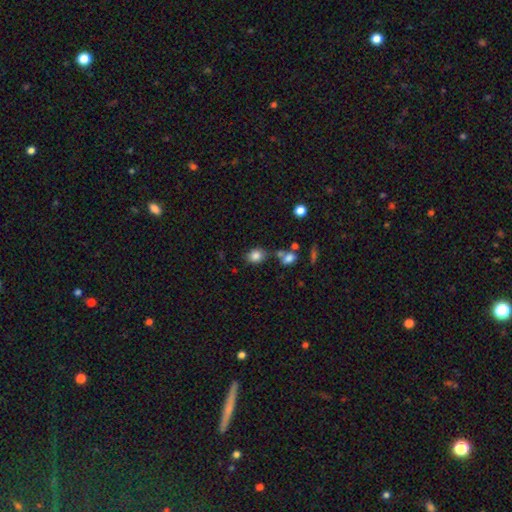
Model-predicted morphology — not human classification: Smooth or featured? smooth (84%)
How rounded? round (50%)
Merging? none (69%)